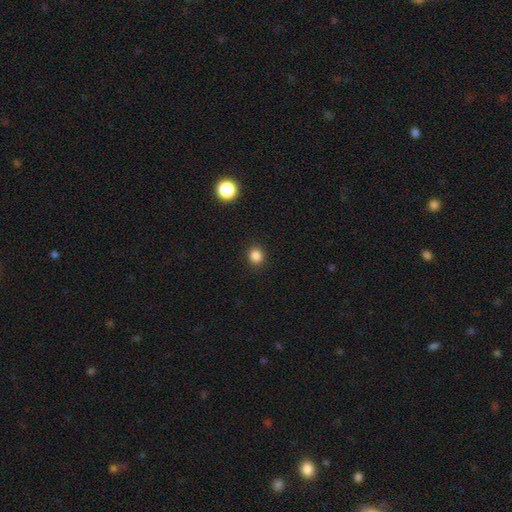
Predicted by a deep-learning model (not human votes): Smooth or featured: smooth — 85% (star or artifact — 12%)
How rounded: round — 82% (in between — 17%)
Merging: none — 90% (minor disturbance — 7%)